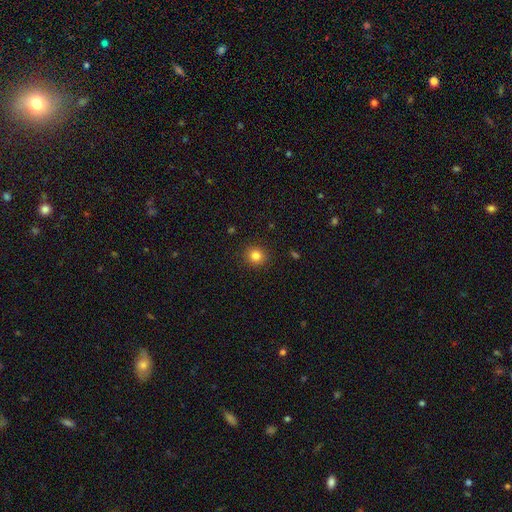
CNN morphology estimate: Smooth or featured: smooth — 82% (star or artifact — 12%)
How rounded: round — 91% (in between — 8%)
Merging: none — 91% (minor disturbance — 6%)